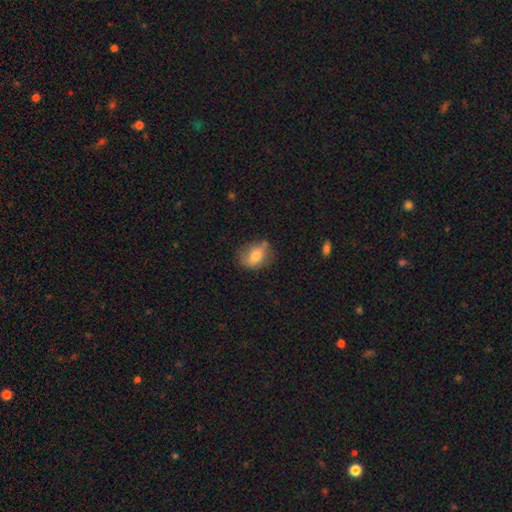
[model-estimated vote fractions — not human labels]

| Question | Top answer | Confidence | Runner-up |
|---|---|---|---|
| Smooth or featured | smooth | 70% | featured or disk (22%) |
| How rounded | in between | 68% | round (29%) |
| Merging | none | 63% | minor disturbance (26%) |